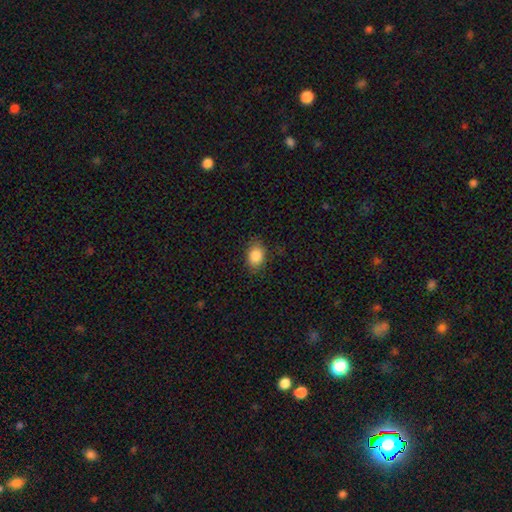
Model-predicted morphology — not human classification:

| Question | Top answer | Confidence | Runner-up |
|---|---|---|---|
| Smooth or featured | smooth | 86% | star or artifact (9%) |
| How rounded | in between | 69% | round (30%) |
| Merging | none | 83% | minor disturbance (13%) |